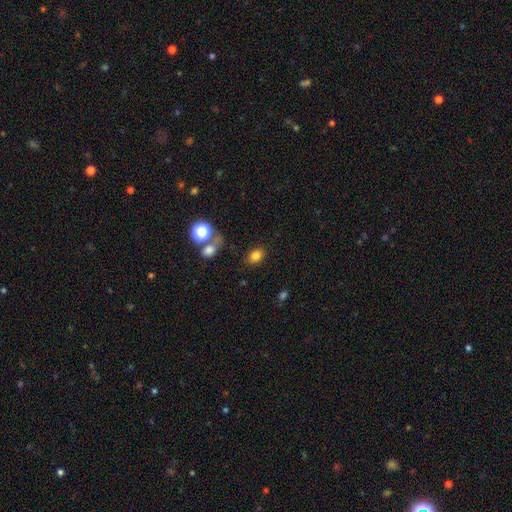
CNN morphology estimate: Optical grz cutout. It shows a smooth galaxy with no disk features (80%) that is in between round and cigar-shaped (70%). Merging: none (78%).